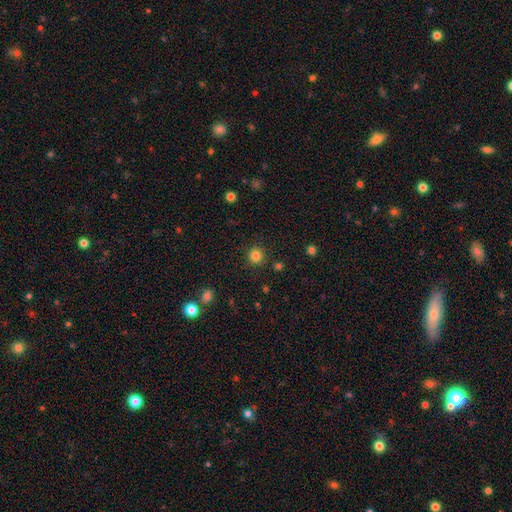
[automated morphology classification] This appears to be a smooth galaxy with no disk features (82%) that is round (93%). Merging: none (90%).